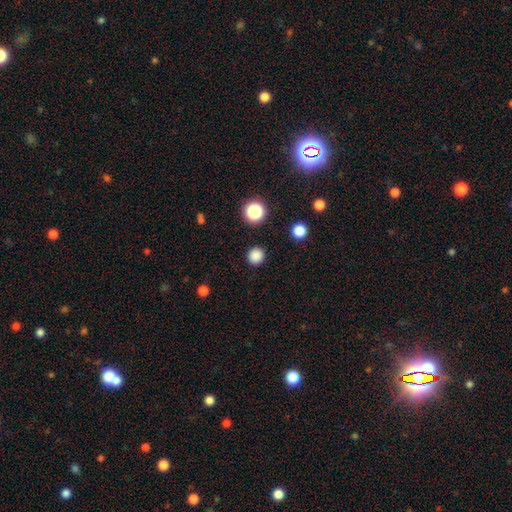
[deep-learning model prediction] This appears to be a smooth galaxy with no disk features (84%) that is round (92%). Merging: none (91%).